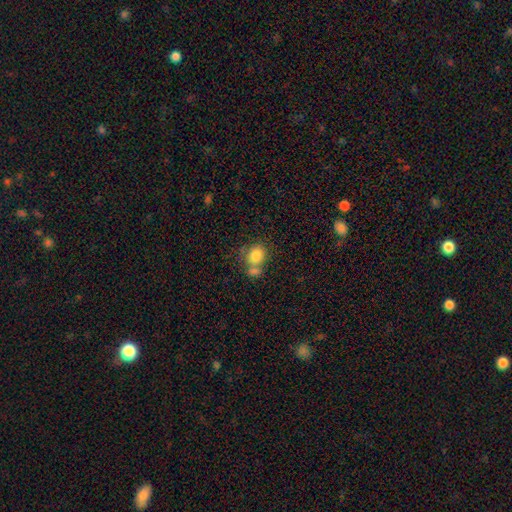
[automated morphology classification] A smooth galaxy with no disk features (82%) that is round (67%). Merging: none (44%).